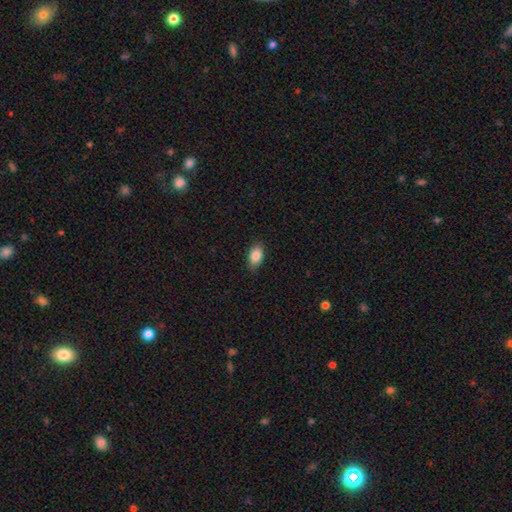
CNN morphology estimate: Smooth or featured? Predicted: smooth (p=0.86). How rounded? Predicted: in between (p=0.91). Merging? Predicted: none (p=0.86).